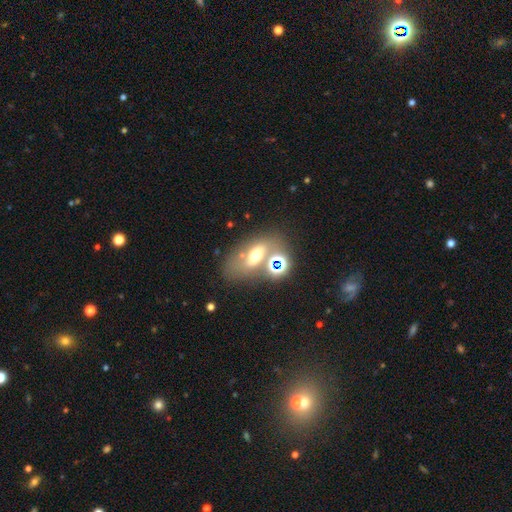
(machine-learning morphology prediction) A smooth galaxy with no disk features (47%). Merging: none (48%).